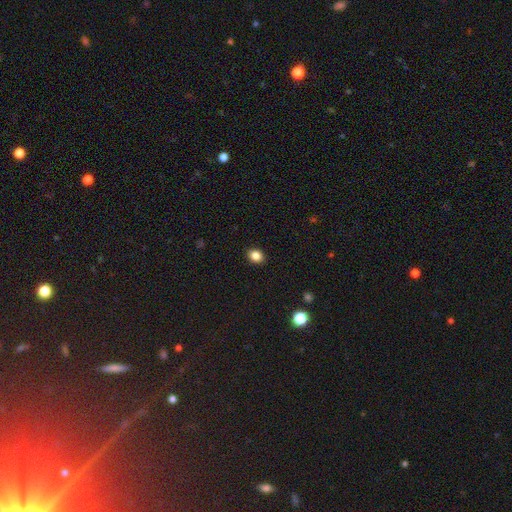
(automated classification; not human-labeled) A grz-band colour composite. It shows a smooth galaxy with no disk features (85%) that is in between round and cigar-shaped (52%). Merging: none (91%).